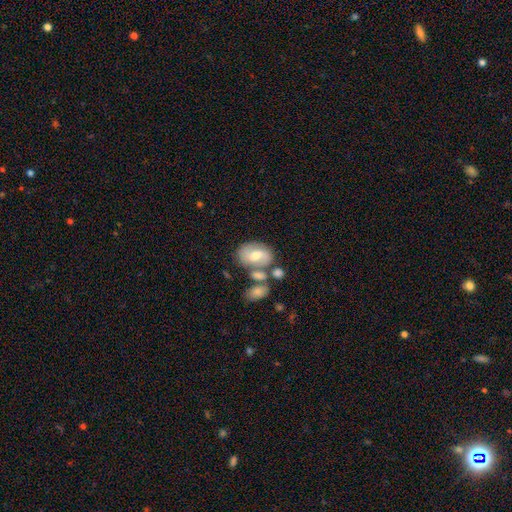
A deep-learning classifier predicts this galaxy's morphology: Smooth or featured?
  - featured or disk: 50% *
  - smooth: 42%
  - star or artifact: 8%
Edge-on disk?
  - no: 95% *
  - yes: 5%
Merging?
  - none: 50% *
  - merger: 25%
  - minor disturbance: 17%
  - major disturbance: 7%